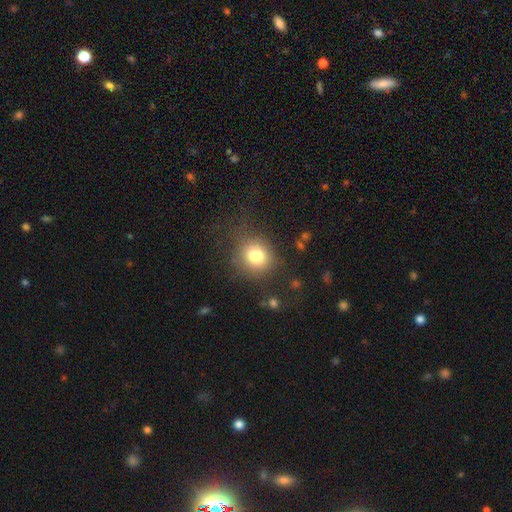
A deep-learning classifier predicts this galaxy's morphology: The model was most divided on "merging": none: 77%, minor disturbance: 13%, major disturbance: 8%, merger: 2%. More confident: how rounded — round (84%); smooth or featured — smooth (79%).